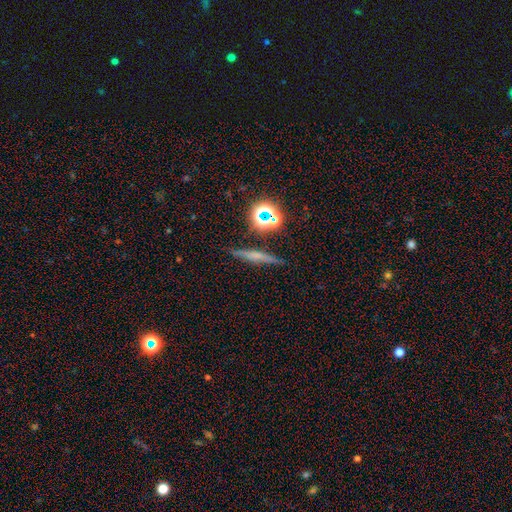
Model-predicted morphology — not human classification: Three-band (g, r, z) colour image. It shows a featured or disk galaxy (45%). Merging: none (84%).